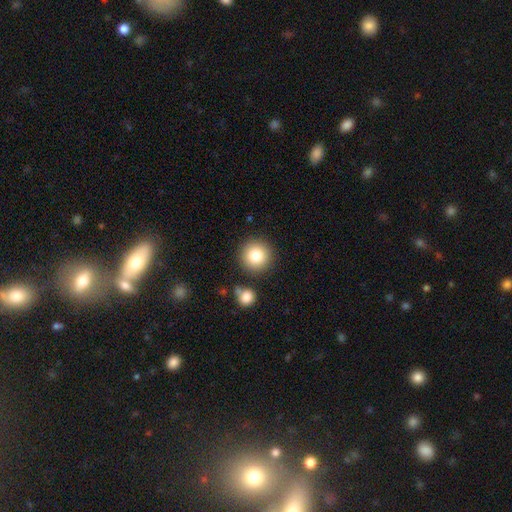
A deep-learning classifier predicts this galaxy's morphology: A smooth galaxy with no disk features (82%) that is round (95%).

Vote fractions:
- Smooth or featured? smooth: 82% / star or artifact: 10% / featured or disk: 9%
- How rounded? round: 95% / in between: 4% / cigar-shaped: 1%
- Merging? none: 84% / minor disturbance: 7% / merger: 6% / major disturbance: 3%